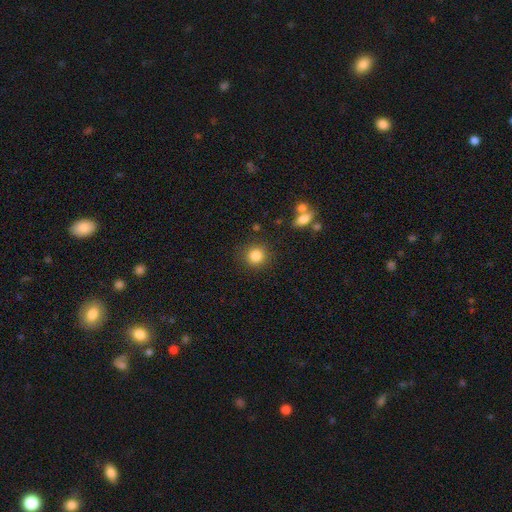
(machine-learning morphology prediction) Smooth or featured? smooth (85%)
How rounded? round (90%)
Merging? none (87%)